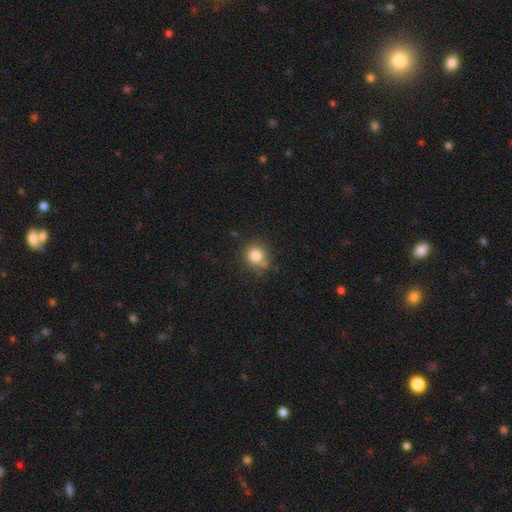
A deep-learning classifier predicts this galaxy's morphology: Smooth or featured? Predicted: smooth (p=0.81). How rounded? Predicted: round (p=0.90). Merging? Predicted: none (p=0.73).